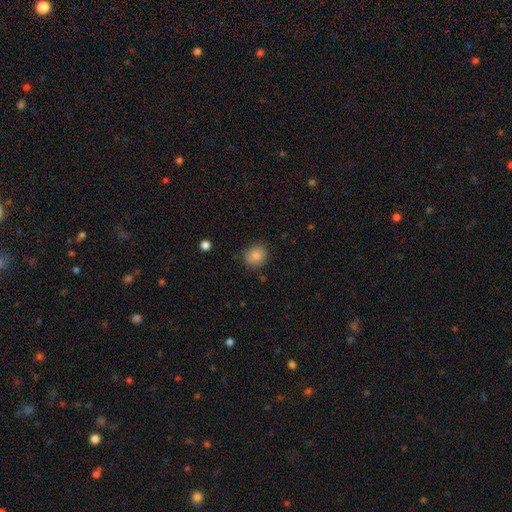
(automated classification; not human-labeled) This appears to be a smooth galaxy with no disk features (84%) that is round (67%). Merging: none (81%).